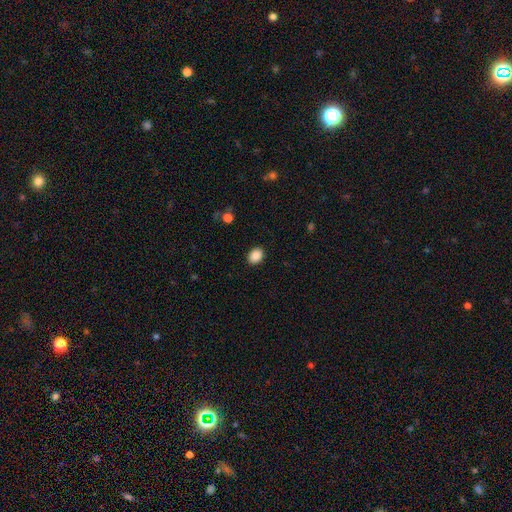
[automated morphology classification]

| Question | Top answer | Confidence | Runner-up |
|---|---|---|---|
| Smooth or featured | smooth | 89% | star or artifact (9%) |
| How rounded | in between | 63% | round (36%) |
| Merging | none | 90% | minor disturbance (7%) |